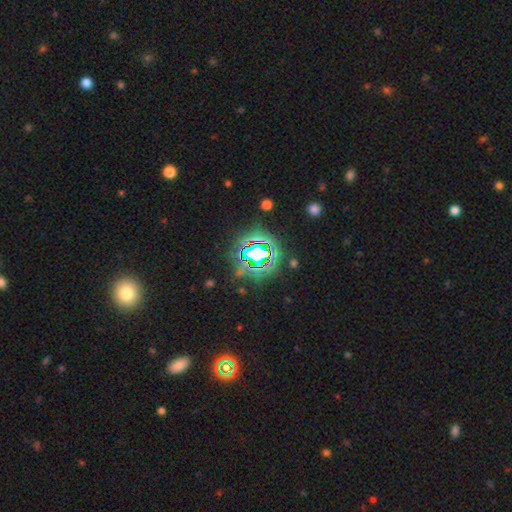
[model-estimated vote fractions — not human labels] This is likely a star or artifact rather than a galaxy (74%).